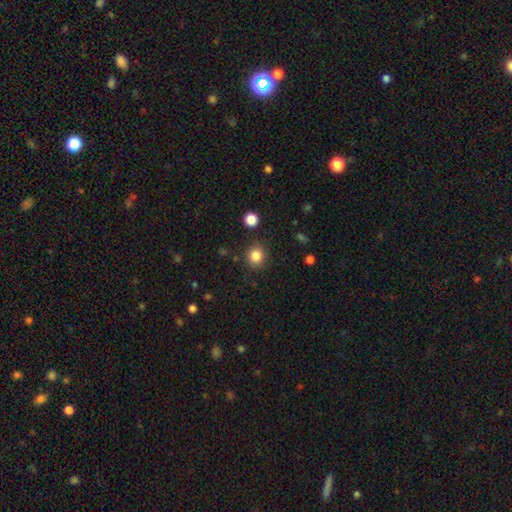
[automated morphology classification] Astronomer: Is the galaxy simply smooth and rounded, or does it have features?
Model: smooth — 84%.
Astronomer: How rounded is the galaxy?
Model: round — 84%.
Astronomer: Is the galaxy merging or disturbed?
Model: none — 87%.